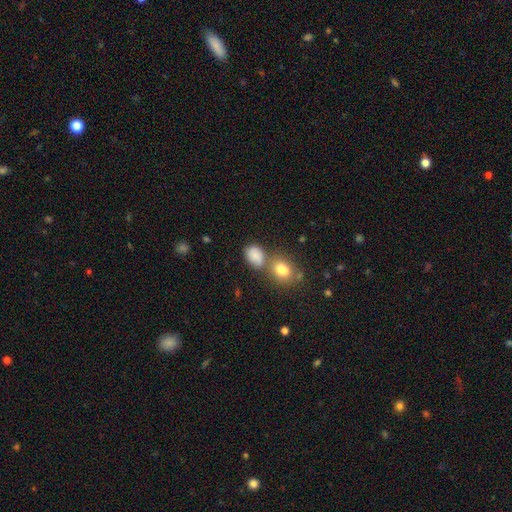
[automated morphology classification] This is clearly a smooth galaxy (81%). How rounded: likely in between (69%). Merging: possibly none (48%).